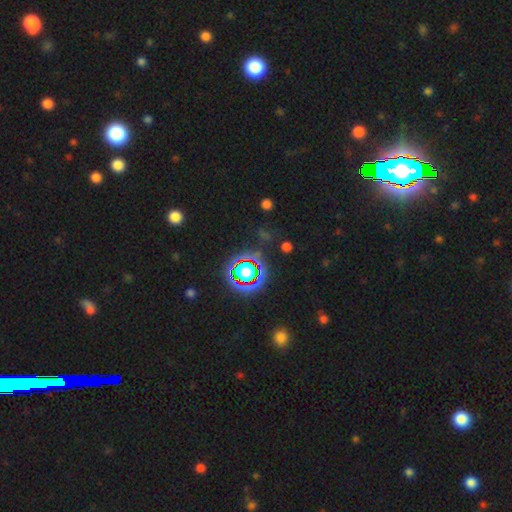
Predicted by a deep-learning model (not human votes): A star or artifact, not a galaxy (79%).